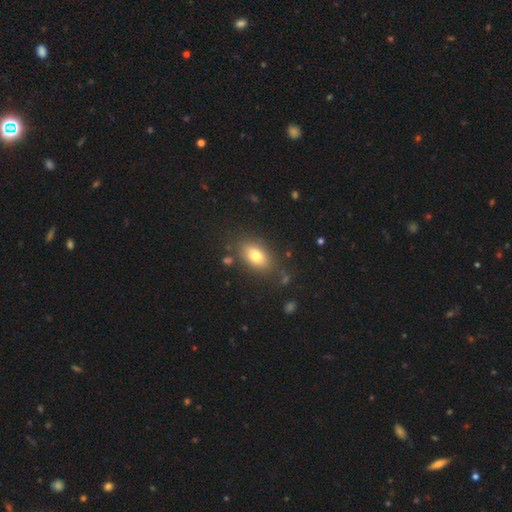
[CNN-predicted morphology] Overall: smooth (77%). How rounded: in between (85%). Merging: none (79%).